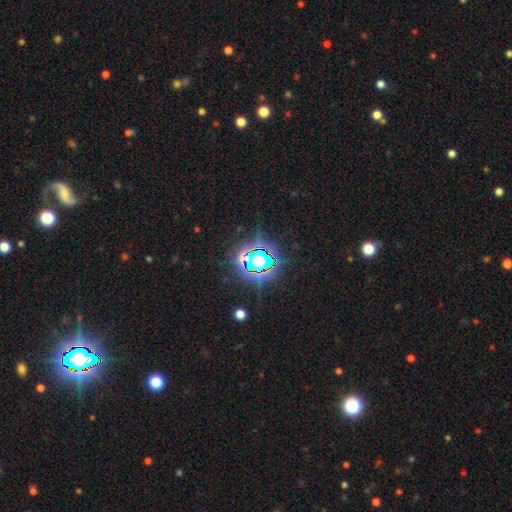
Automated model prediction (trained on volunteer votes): This is likely a star or artifact rather than a galaxy (78%).